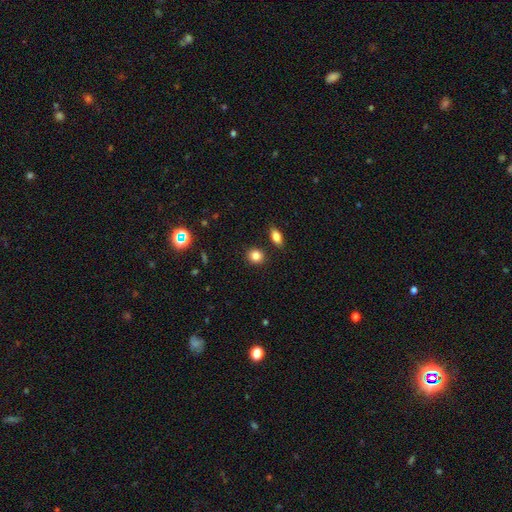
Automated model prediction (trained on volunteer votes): This is clearly a smooth galaxy (83%). How rounded: likely round (78%). Merging: clearly none (87%).